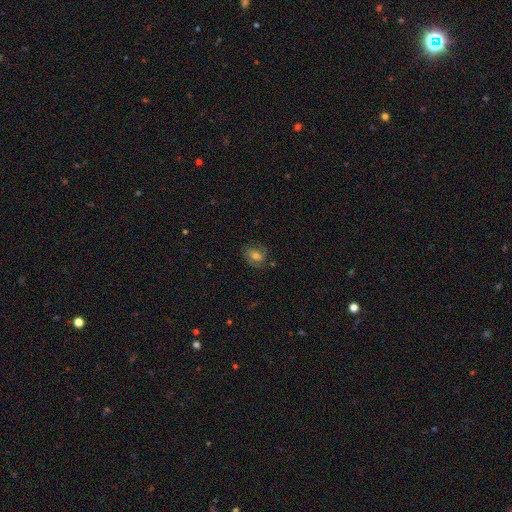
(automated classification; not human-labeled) Smooth or featured? Predicted: smooth (p=0.46). Merging? Predicted: none (p=0.74).